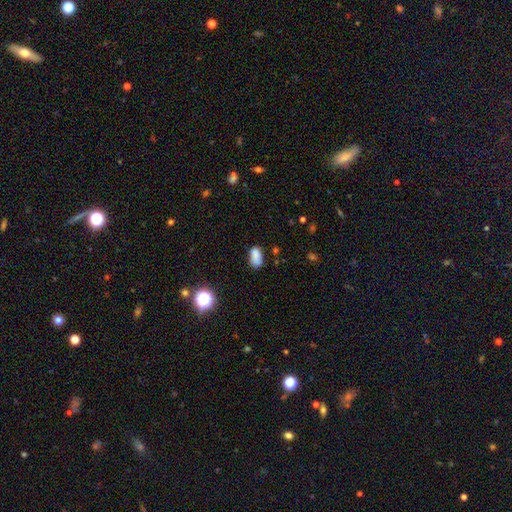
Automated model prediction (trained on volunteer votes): The model was most divided on "merging": none: 66%, minor disturbance: 23%, major disturbance: 6%, merger: 5%. More confident: how rounded — in between (89%); smooth or featured — smooth (82%).